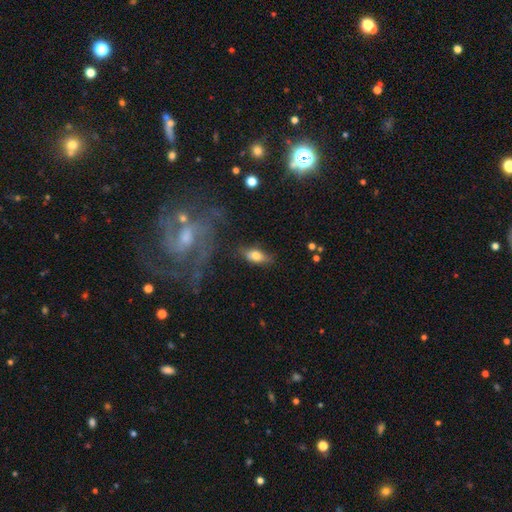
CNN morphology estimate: Q: Smooth or featured?
A: smooth (68%); runner-up: featured or disk (25%)
Q: How rounded?
A: in between (78%); runner-up: cigar-shaped (18%)
Q: Merging?
A: none (78%); runner-up: minor disturbance (15%)